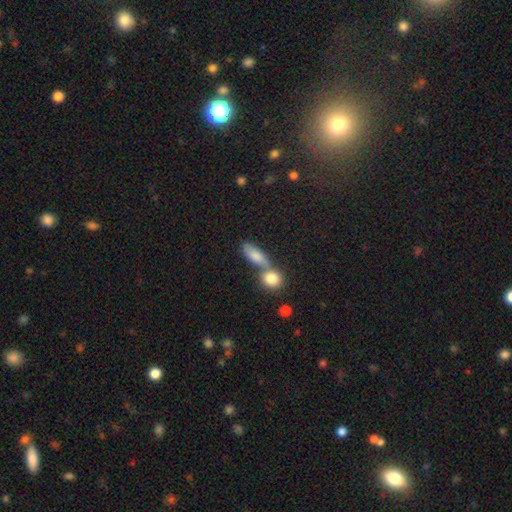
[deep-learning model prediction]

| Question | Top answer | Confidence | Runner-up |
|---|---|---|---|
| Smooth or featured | smooth | 79% | featured or disk (12%) |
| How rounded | in between | 69% | cigar-shaped (20%) |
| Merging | merger | 49% | none (36%) |